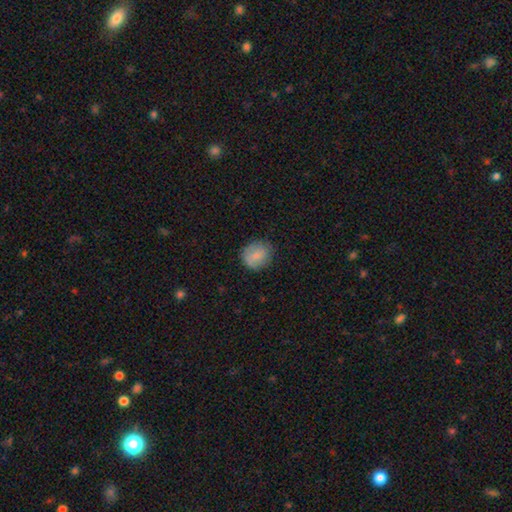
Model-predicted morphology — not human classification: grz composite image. It shows a smooth galaxy with no disk features (79%) that is round (83%). Merging: none (79%).